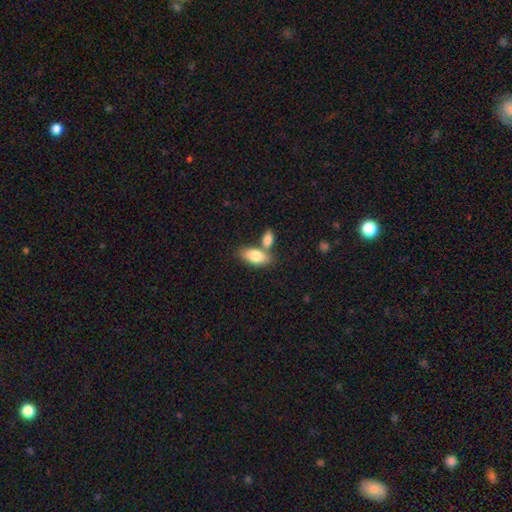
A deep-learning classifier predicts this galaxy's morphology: smooth 80%, featured or disk 14%, star or artifact 6%. Down the decision tree: how rounded — in between (89%); merging — none (49%).